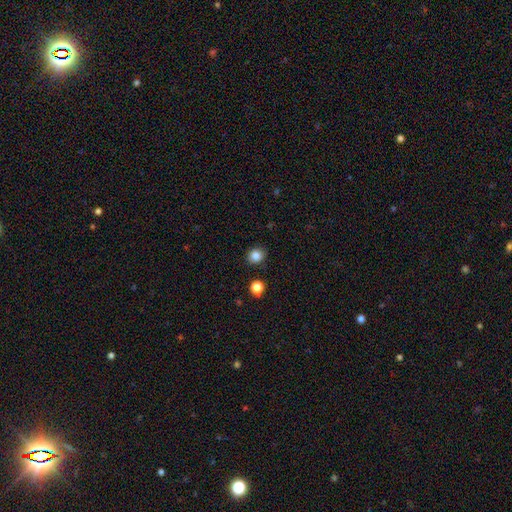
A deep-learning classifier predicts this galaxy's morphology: Smooth or featured? Predicted: smooth (p=0.84). How rounded? Predicted: round (p=0.80). Merging? Predicted: none (p=0.89).